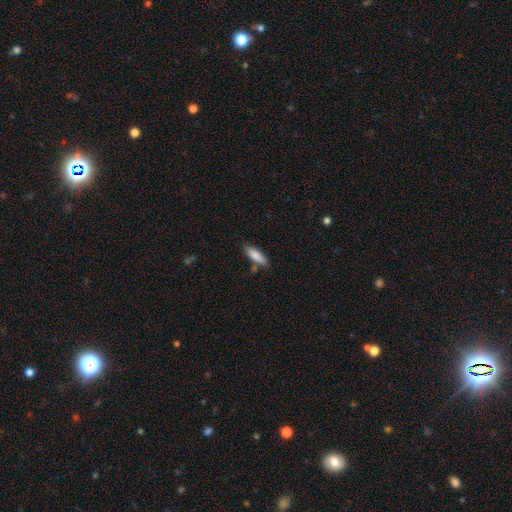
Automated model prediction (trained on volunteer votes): smooth_or_featured: smooth (p=0.84) [alt: featured or disk p=0.10]
how_rounded: in between (p=0.51) [alt: cigar-shaped p=0.47]
merging: none (p=0.74) [alt: minor disturbance p=0.16]